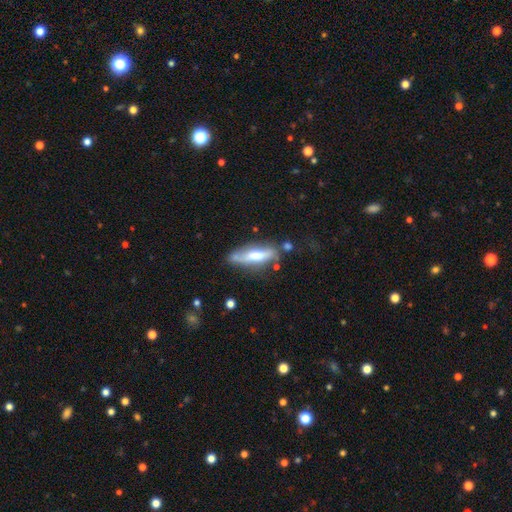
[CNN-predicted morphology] A featured or disk galaxy (49%).

Vote fractions:
- Smooth or featured? featured or disk: 49% / smooth: 45% / star or artifact: 6%
- Merging? none: 62% / minor disturbance: 23% / major disturbance: 8% / merger: 7%